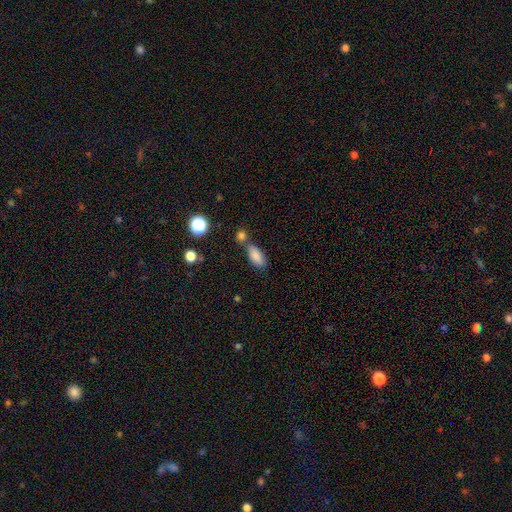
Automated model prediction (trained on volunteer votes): smooth_or_featured: smooth (p=0.84) [alt: star or artifact p=0.09]
how_rounded: in between (p=0.84) [alt: cigar-shaped p=0.12]
merging: none (p=0.56) [alt: merger p=0.25]